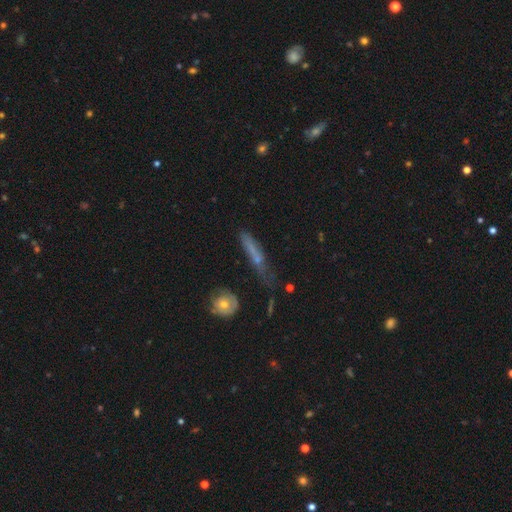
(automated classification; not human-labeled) Overall: smooth (46%; featured or disk 40%). Merging: none (57%; minor disturbance 26%).